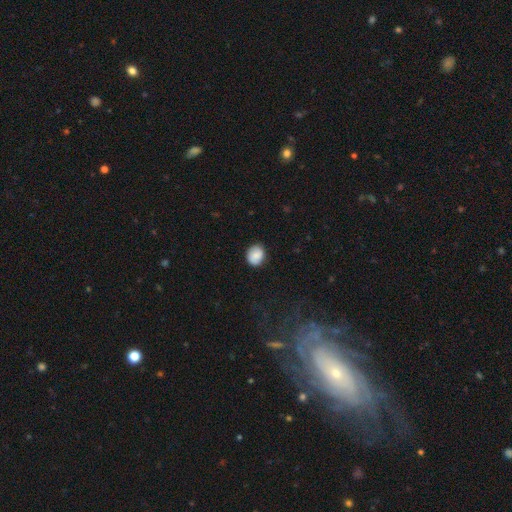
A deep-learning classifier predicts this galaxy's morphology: The model was most divided on "how rounded": round: 65%, in between: 34%, cigar-shaped: 1%. More confident: smooth or featured — smooth (86%); merging — none (84%).